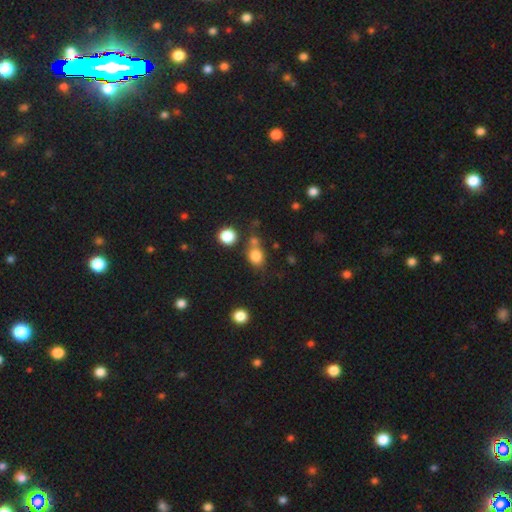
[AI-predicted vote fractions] Smooth or featured? Predicted: smooth (p=0.81). How rounded? Predicted: round (p=0.54). Merging? Predicted: none (p=0.57).